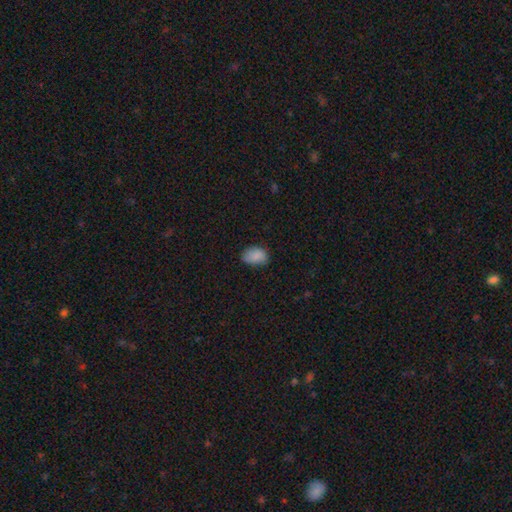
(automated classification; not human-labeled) Smooth or featured? smooth (86%)
How rounded? in between (80%)
Merging? none (71%)